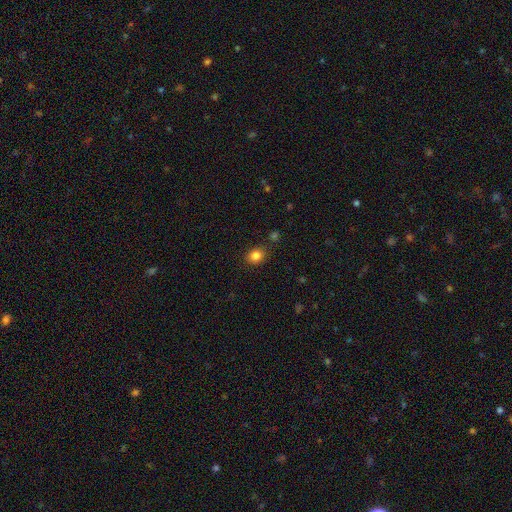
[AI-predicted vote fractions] smooth_or_featured: smooth (p=0.84) [alt: star or artifact p=0.11]
how_rounded: round (p=0.53) [alt: in between p=0.47]
merging: none (p=0.84) [alt: minor disturbance p=0.10]